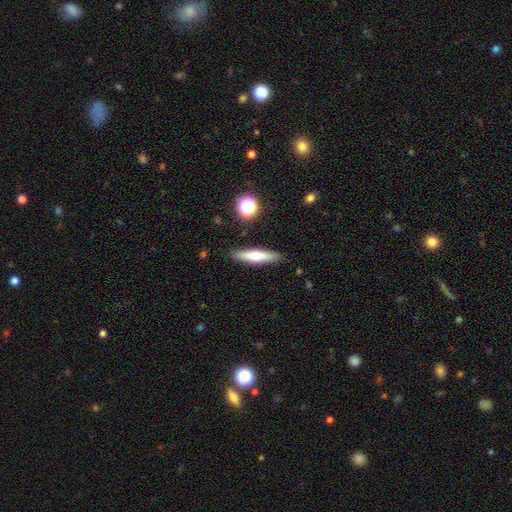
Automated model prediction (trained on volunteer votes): smooth_or_featured: smooth (p=0.58) [alt: featured or disk p=0.35]
how_rounded: cigar-shaped (p=0.82) [alt: in between p=0.16]
merging: none (p=0.89) [alt: minor disturbance p=0.08]